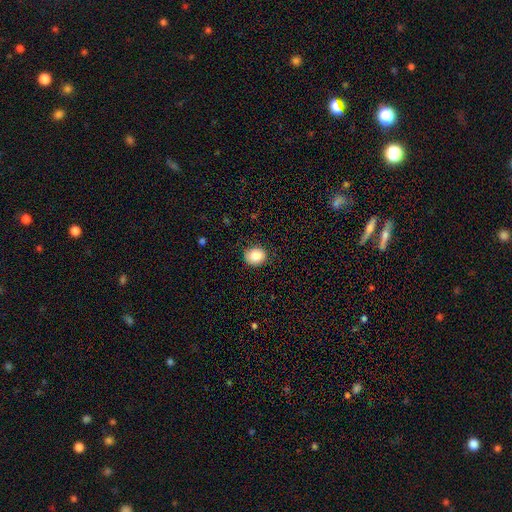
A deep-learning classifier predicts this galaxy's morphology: smooth-or-featured: smooth: 86% | star or artifact: 9% | featured or disk: 5%
  how-rounded: round: 66% | in between: 33% | cigar-shaped: 1%
  merging: none: 86% | minor disturbance: 11% | major disturbance: 3% | merger: 1%